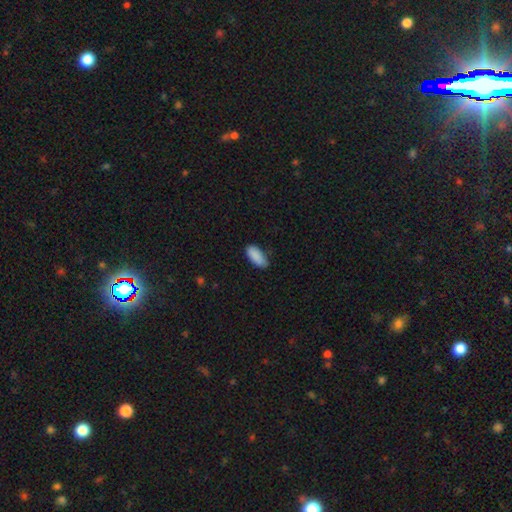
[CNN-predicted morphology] Smooth or featured: smooth — 89% (star or artifact — 6%)
How rounded: in between — 87% (cigar-shaped — 11%)
Merging: none — 74% (minor disturbance — 22%)